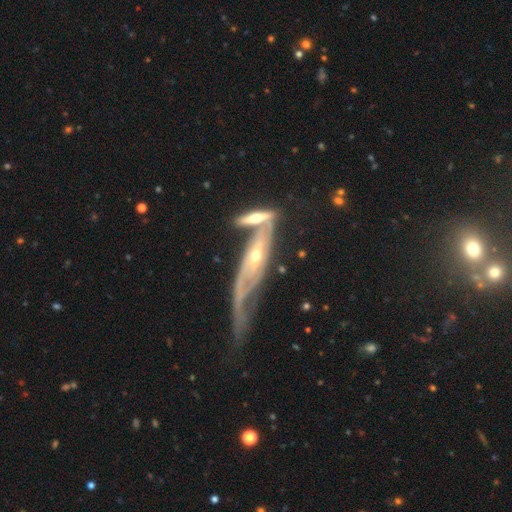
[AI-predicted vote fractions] The model was most divided on "edge-on disk": no: 56%, yes: 44%. Remaining: smooth or featured — featured or disk (78%); merging — merger (39%).